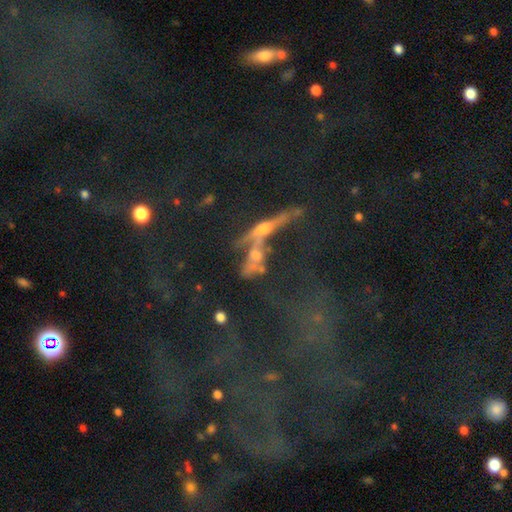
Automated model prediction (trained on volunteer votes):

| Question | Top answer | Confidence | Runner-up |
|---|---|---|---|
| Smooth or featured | featured or disk | 44% | smooth (31%) |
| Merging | merger | 47% | none (28%) |